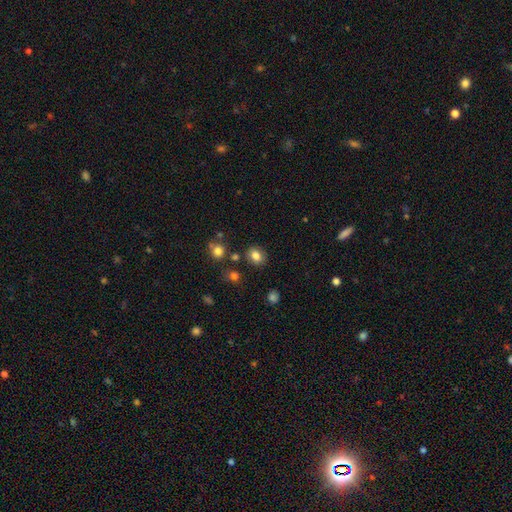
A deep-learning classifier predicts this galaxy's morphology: smooth_or_featured: smooth (p=0.81) [alt: star or artifact p=0.11]
how_rounded: round (p=0.53) [alt: in between p=0.46]
merging: none (p=0.82) [alt: minor disturbance p=0.11]